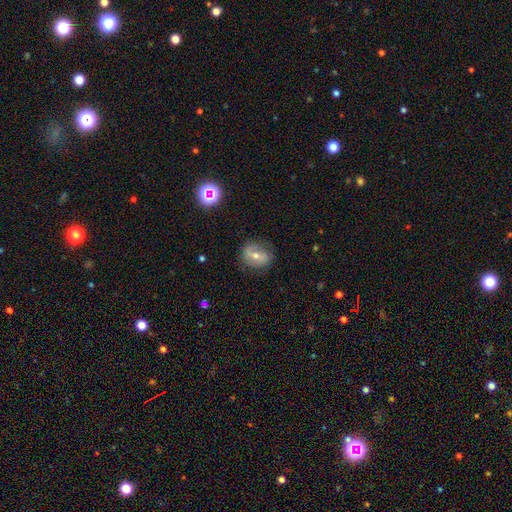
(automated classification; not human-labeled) Q: Smooth or featured?
A: featured or disk (50%); runner-up: smooth (35%)
Q: Edge-on disk?
A: no (92%); runner-up: yes (8%)
Q: Merging?
A: none (77%); runner-up: minor disturbance (16%)